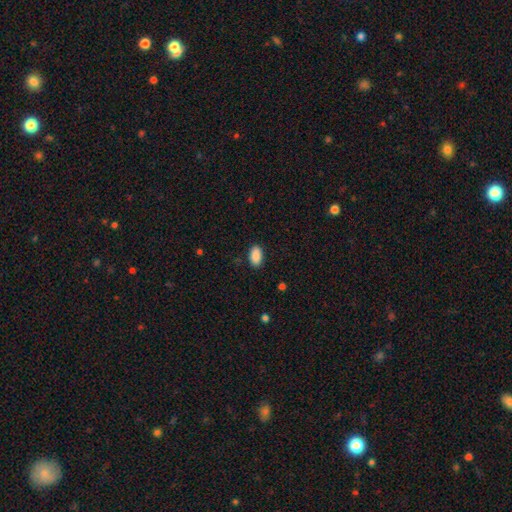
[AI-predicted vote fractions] Smooth or featured? smooth (90%)
How rounded? in between (94%)
Merging? none (88%)